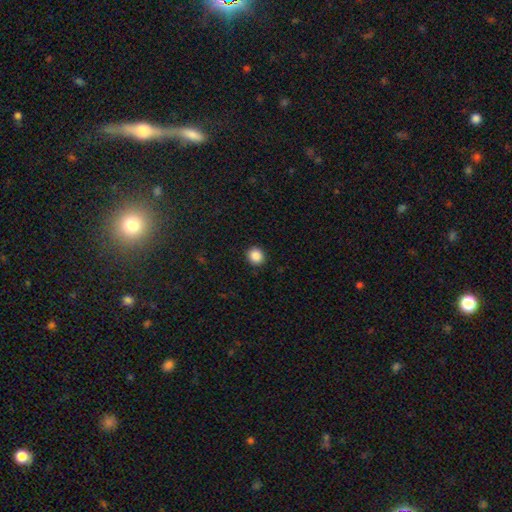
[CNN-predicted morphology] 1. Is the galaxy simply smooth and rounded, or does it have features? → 88% smooth, 9% star or artifact, 3% featured or disk.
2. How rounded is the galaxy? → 85% round, 14% in between, 1% cigar-shaped.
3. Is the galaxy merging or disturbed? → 91% none, 6% minor disturbance, 2% major disturbance, 1% merger.